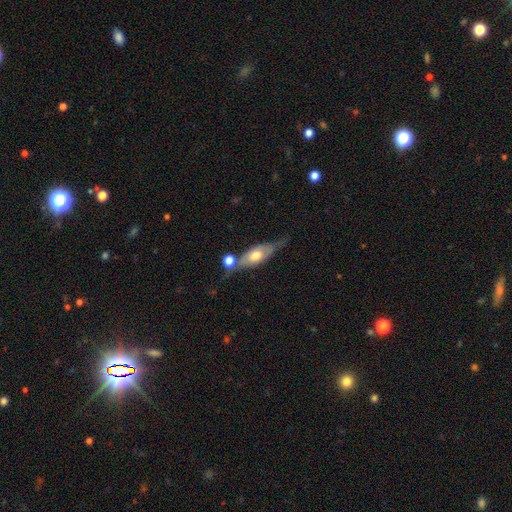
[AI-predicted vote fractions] Morphology: type=featured or disk (51%); edge-on=yes (55%); merging=none (45%).